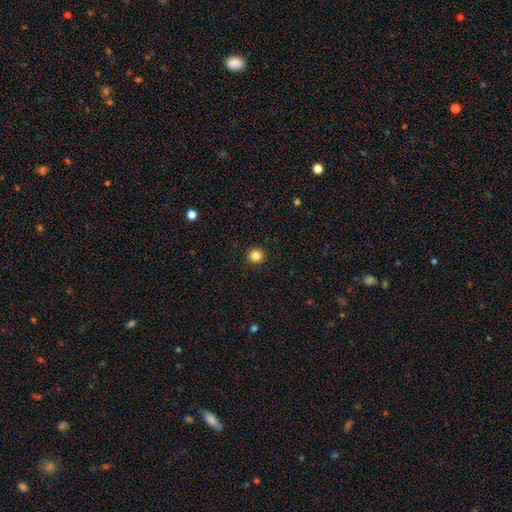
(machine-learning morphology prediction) Smooth or featured: smooth — 85% (star or artifact — 11%)
How rounded: round — 95% (in between — 4%)
Merging: none — 93% (minor disturbance — 4%)